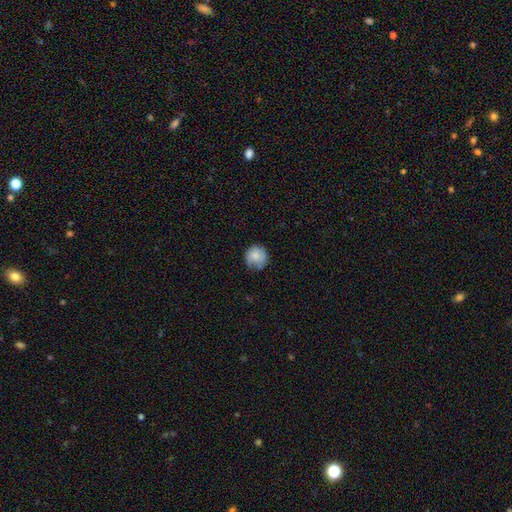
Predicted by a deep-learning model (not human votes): Smooth or featured? smooth (73%)
How rounded? round (89%)
Merging? none (62%)